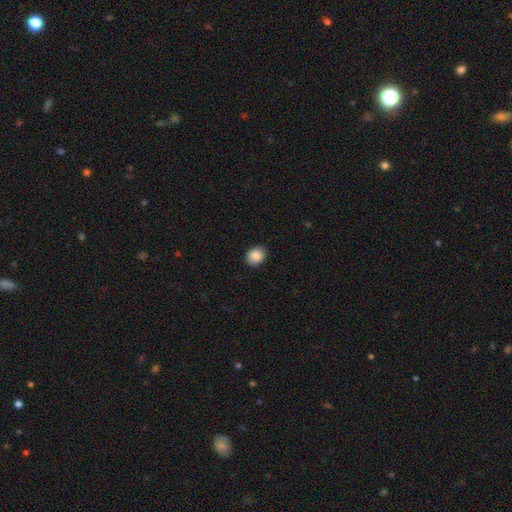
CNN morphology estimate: A smooth galaxy with no disk features (88%) that is in between round and cigar-shaped (54%). Merging: none (87%).